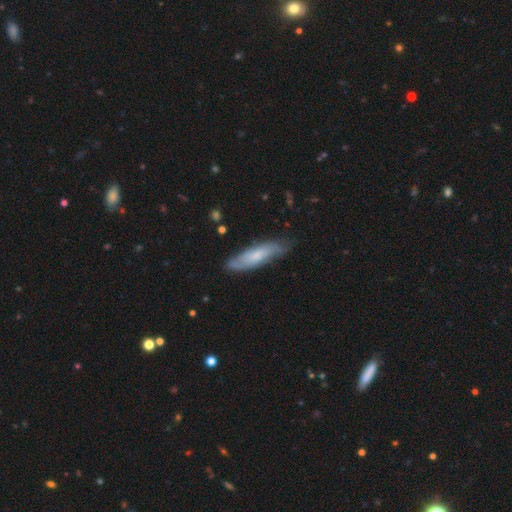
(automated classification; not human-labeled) smooth_or_featured: smooth (p=0.52) [alt: featured or disk p=0.42]
how_rounded: cigar-shaped (p=0.64) [alt: in between p=0.34]
merging: none (p=0.75) [alt: minor disturbance p=0.19]